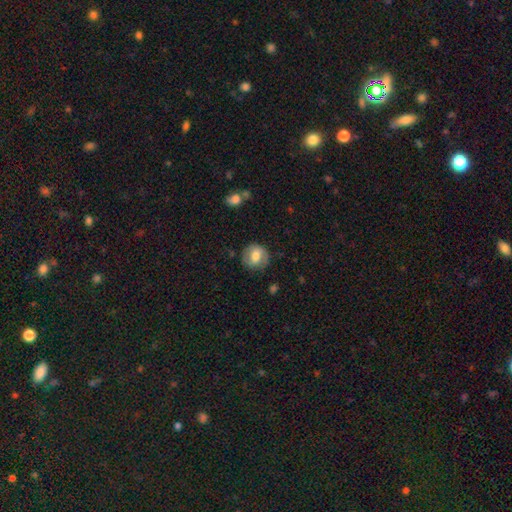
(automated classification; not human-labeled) This appears to be a smooth galaxy with no disk features (68%) that is round (80%). Merging: none (78%).